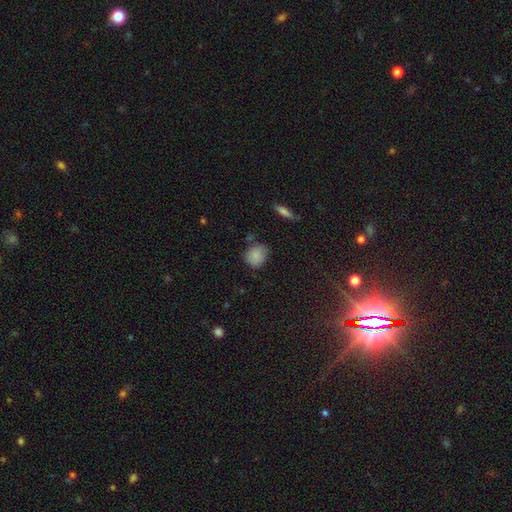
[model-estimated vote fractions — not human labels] Morphology: type=smooth (84%); roundness=round (67%); merging=none (67%).